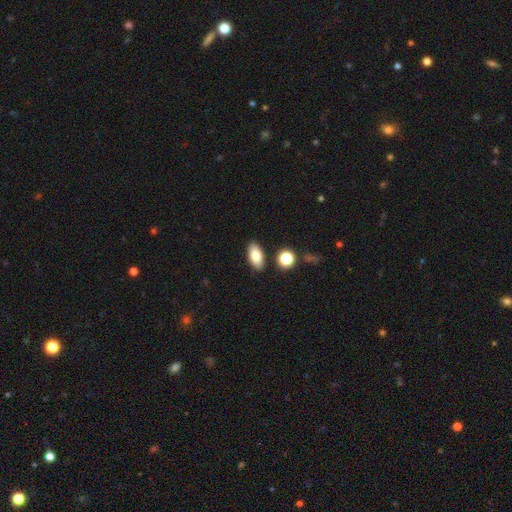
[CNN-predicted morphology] Overall: smooth (81%). How rounded: in between (89%). Merging: none (85%).